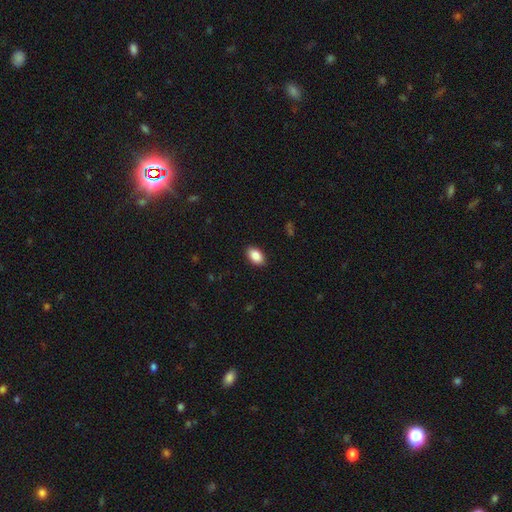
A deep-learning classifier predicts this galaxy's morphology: This appears to be a smooth galaxy with no disk features (87%) that is in between round and cigar-shaped (92%). Merging: none (89%).